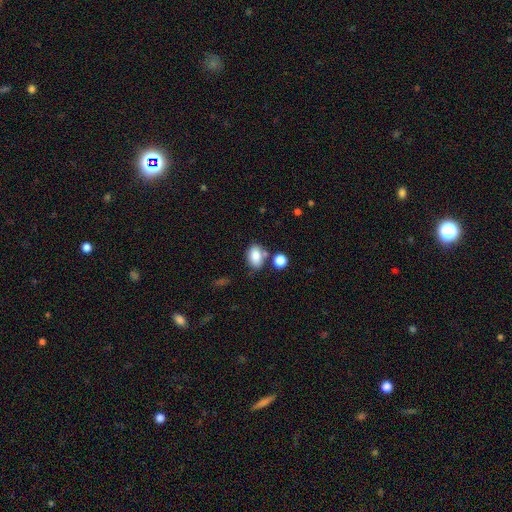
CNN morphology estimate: This is clearly a smooth galaxy (83%). How rounded: clearly in between (81%). Merging: likely none (61%).